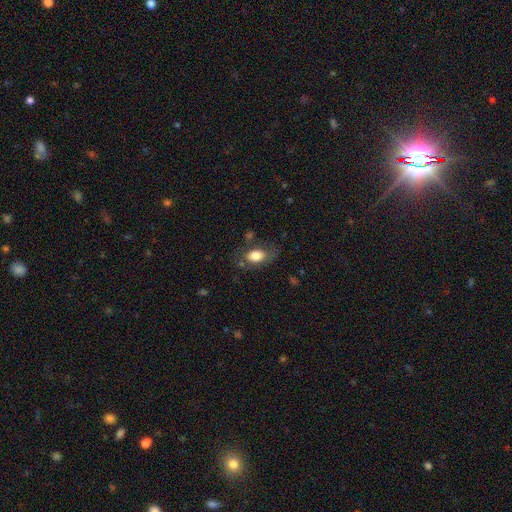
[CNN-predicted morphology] Smooth or featured? Predicted: smooth (p=0.76). How rounded? Predicted: in between (p=0.88). Merging? Predicted: none (p=0.66).